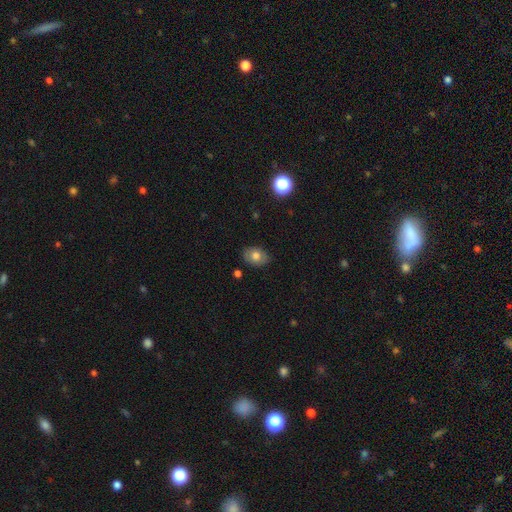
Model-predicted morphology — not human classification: Smooth or featured?
  - smooth: 73% *
  - featured or disk: 18%
  - star or artifact: 9%
How rounded?
  - in between: 76% *
  - round: 23%
  - cigar-shaped: 1%
Merging?
  - none: 83% *
  - minor disturbance: 13%
  - major disturbance: 3%
  - merger: 1%